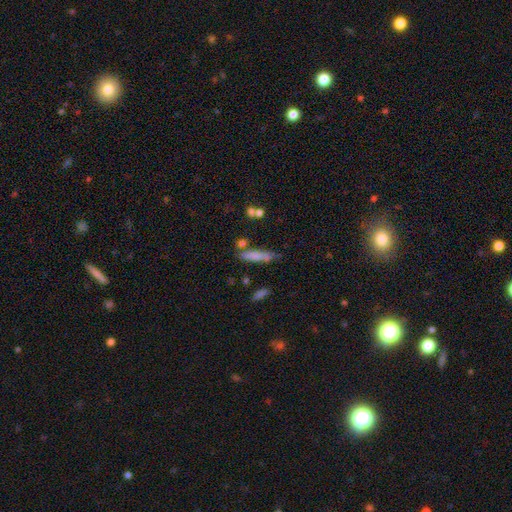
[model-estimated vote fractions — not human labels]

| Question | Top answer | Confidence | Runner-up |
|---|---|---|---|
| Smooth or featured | smooth | 72% | featured or disk (19%) |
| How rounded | cigar-shaped | 79% | in between (18%) |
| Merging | none | 62% | minor disturbance (21%) |